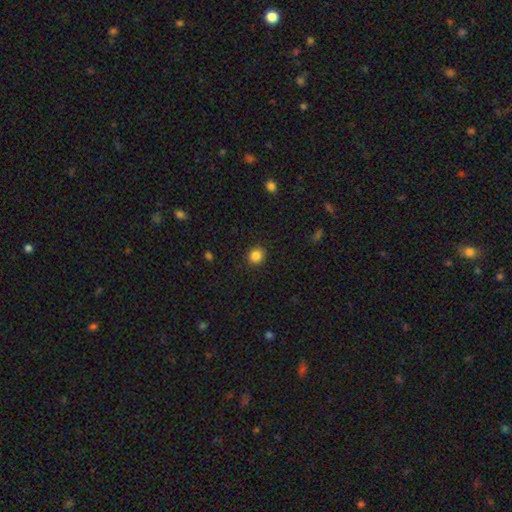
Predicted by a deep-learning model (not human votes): Smooth or featured: smooth — 85% (star or artifact — 11%)
How rounded: round — 86% (in between — 13%)
Merging: none — 91% (minor disturbance — 6%)